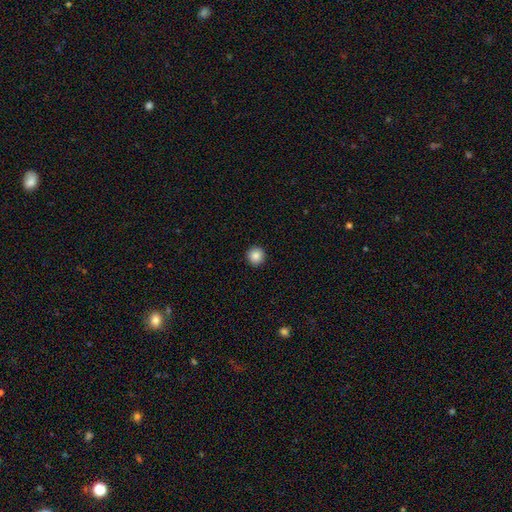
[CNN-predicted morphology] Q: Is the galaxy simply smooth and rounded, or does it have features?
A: smooth — 87%.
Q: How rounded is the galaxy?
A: round — 95%.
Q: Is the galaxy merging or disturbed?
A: none — 93%.